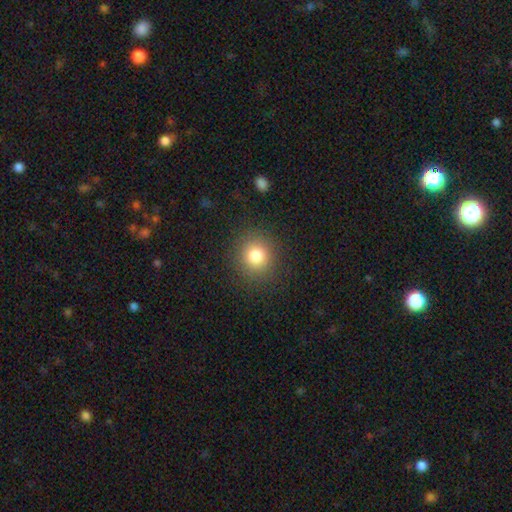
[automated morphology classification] A smooth galaxy with no disk features (80%) that is round (89%).

Vote fractions:
- Smooth or featured? smooth: 80% / star or artifact: 12% / featured or disk: 8%
- How rounded? round: 89% / in between: 11% / cigar-shaped: 1%
- Merging? none: 88% / minor disturbance: 7% / major disturbance: 3% / merger: 1%